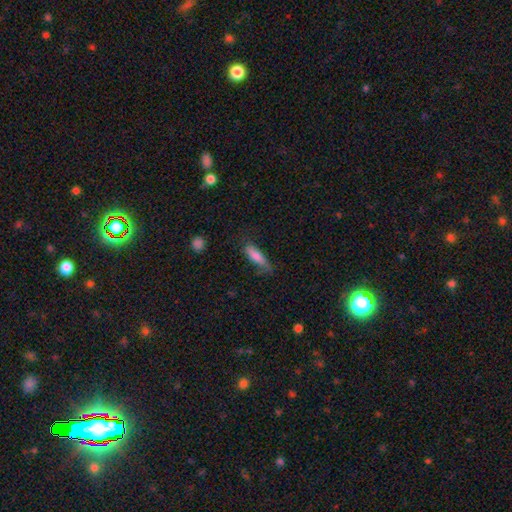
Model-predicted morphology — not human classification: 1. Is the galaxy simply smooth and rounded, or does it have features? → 75% smooth, 18% featured or disk, 7% star or artifact.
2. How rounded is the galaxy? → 65% cigar-shaped, 33% in between, 2% round.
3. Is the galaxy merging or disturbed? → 63% none, 27% minor disturbance, 9% major disturbance, 2% merger.